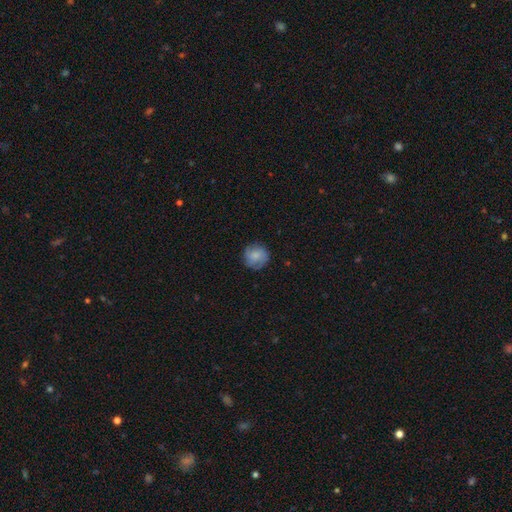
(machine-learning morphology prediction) A smooth galaxy with no disk features (59%) that is round (88%). Merging: none (79%).